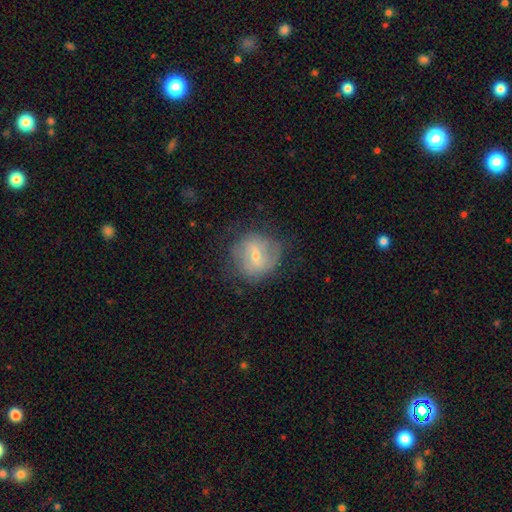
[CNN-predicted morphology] Q: Smooth or featured?
A: featured or disk (54%); runner-up: smooth (36%)
Q: Edge-on disk?
A: no (95%); runner-up: yes (5%)
Q: Bar?
A: weak (50%); runner-up: no (26%)
Q: Spiral arms?
A: yes (59%); runner-up: no (41%)
Q: Bulge size?
A: small (55%); runner-up: moderate (41%)
Q: Merging?
A: none (69%); runner-up: minor disturbance (20%)